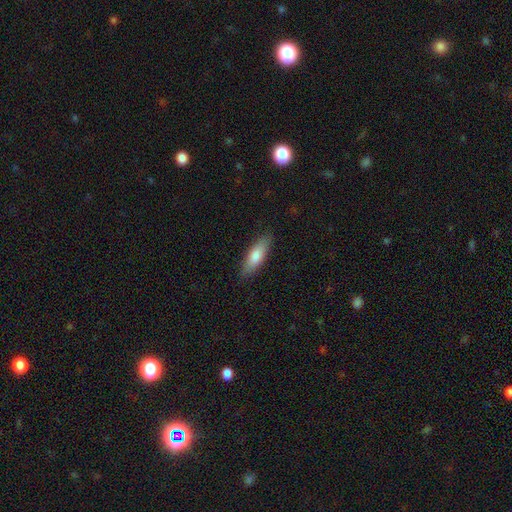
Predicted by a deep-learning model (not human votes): Smooth or featured?
  - smooth: 74% *
  - featured or disk: 21%
  - star or artifact: 6%
How rounded?
  - cigar-shaped: 51% *
  - in between: 47%
  - round: 2%
Merging?
  - none: 87% *
  - minor disturbance: 10%
  - major disturbance: 2%
  - merger: 1%